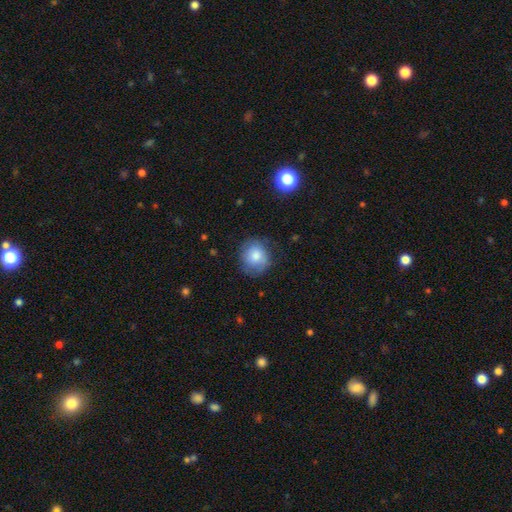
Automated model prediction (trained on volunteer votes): This appears to be a smooth galaxy with no disk features (69%) that is round (81%). Merging: none (70%).